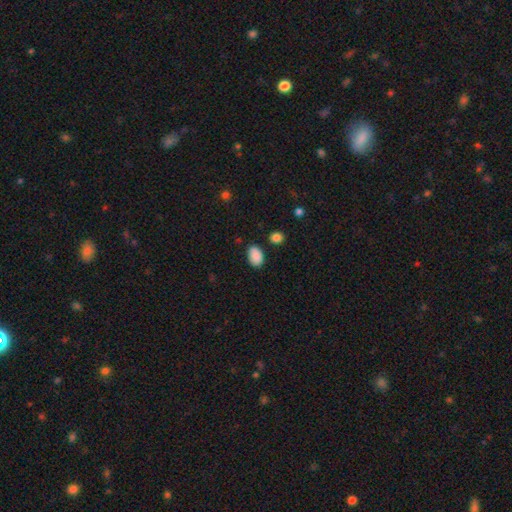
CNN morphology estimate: This is clearly a smooth galaxy (88%). How rounded: clearly in between (86%). Merging: likely none (79%).